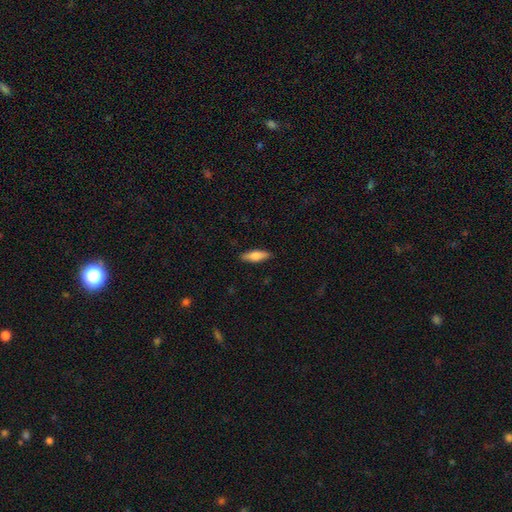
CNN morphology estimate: smooth-or-featured: smooth: 75% | featured or disk: 19% | star or artifact: 6%
  how-rounded: in between: 53% | cigar-shaped: 45% | round: 2%
  merging: none: 89% | minor disturbance: 9% | major disturbance: 2% | merger: 1%